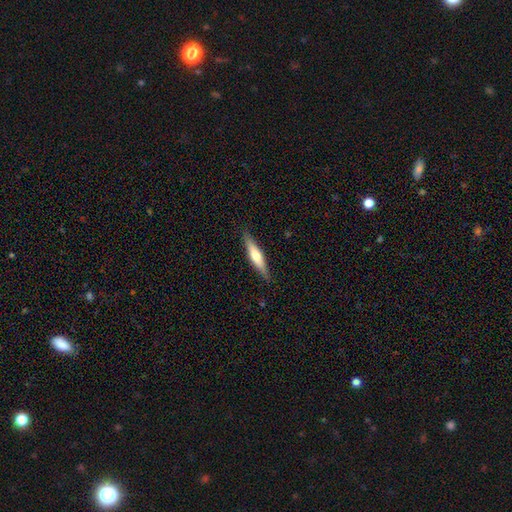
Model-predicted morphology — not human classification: type=smooth (49%); merging=none (88%).